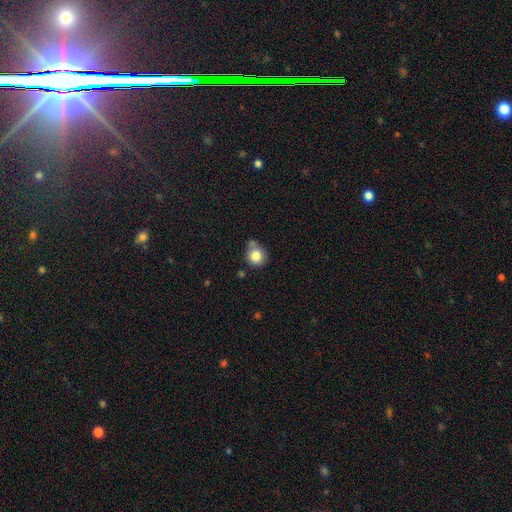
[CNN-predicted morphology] A smooth galaxy with no disk features (82%) that is round (85%). Merging: none (58%).